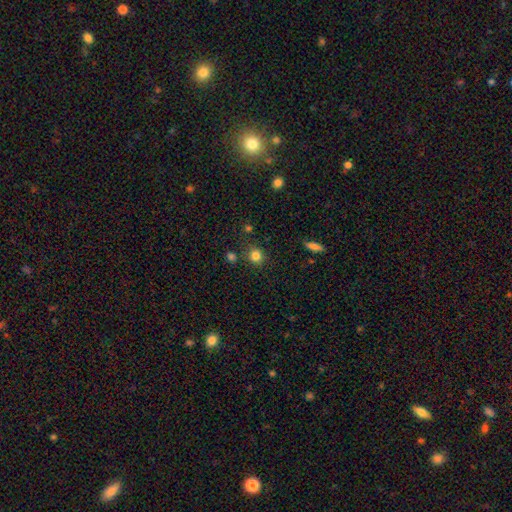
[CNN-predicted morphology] A smooth galaxy with no disk features (82%) that is round (86%). Merging: none (81%).